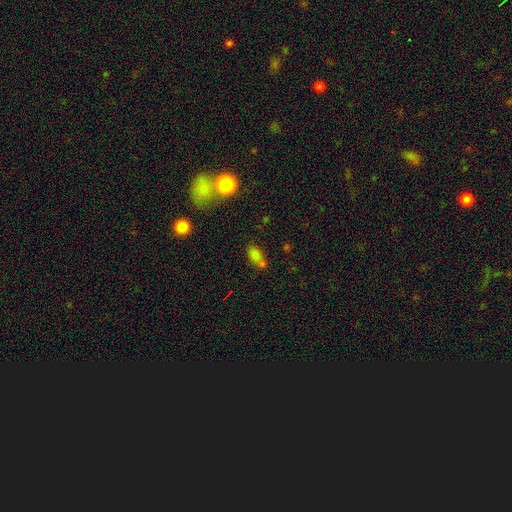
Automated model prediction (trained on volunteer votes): Smooth or featured? Predicted: smooth (p=0.72). How rounded? Predicted: in between (p=0.80). Merging? Predicted: none (p=0.40).